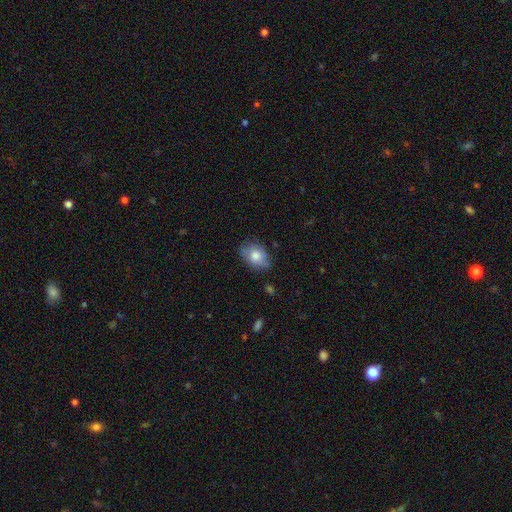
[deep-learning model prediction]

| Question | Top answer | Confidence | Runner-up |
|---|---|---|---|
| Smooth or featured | smooth | 77% | featured or disk (15%) |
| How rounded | in between | 78% | round (21%) |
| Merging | none | 71% | minor disturbance (22%) |